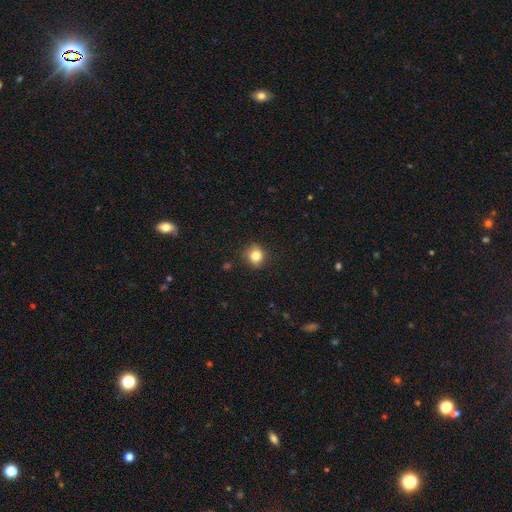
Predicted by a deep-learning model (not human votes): Overall: smooth (83%). How rounded: round (79%). Merging: none (85%).